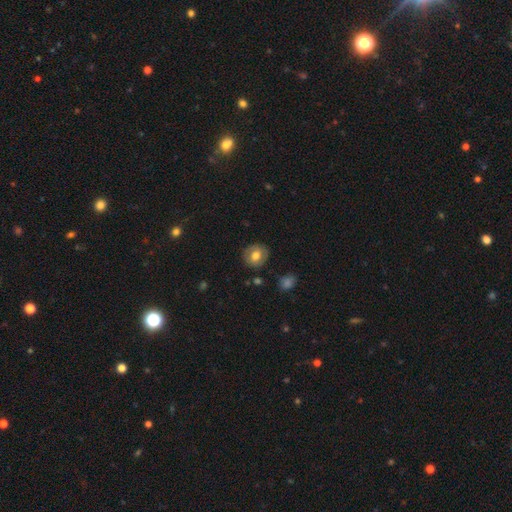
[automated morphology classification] Smooth or featured: smooth — 68% (featured or disk — 24%)
How rounded: round — 82% (in between — 17%)
Merging: none — 85% (minor disturbance — 11%)